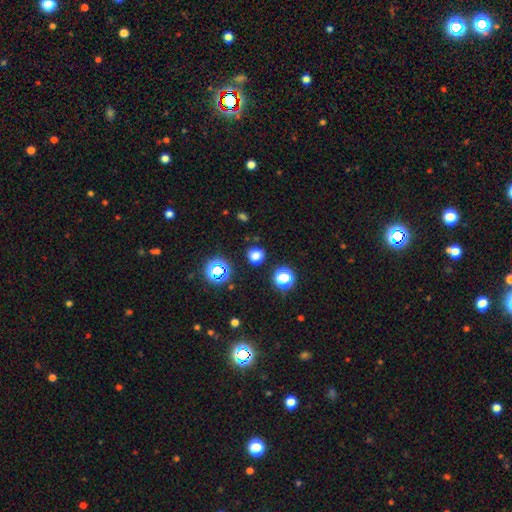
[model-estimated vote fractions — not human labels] This is likely a smooth galaxy (74%). How rounded: clearly round (90%). Merging: clearly none (89%).